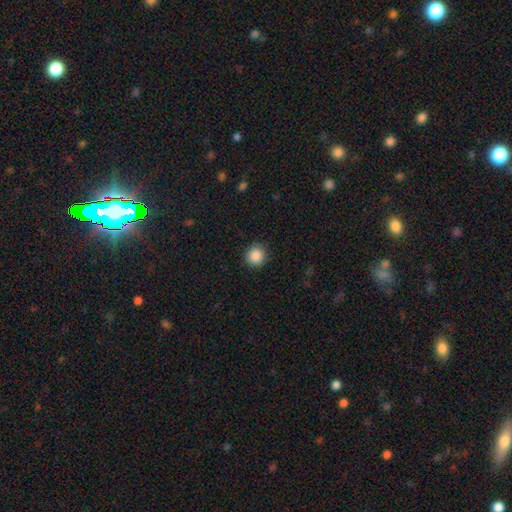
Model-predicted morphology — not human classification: This is clearly a smooth galaxy (88%). How rounded: clearly round (93%). Merging: clearly none (89%).